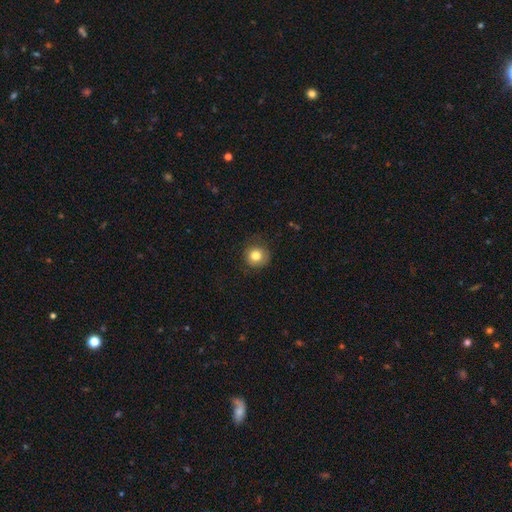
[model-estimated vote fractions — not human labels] Smooth or featured? Predicted: smooth (p=0.82). How rounded? Predicted: round (p=0.92). Merging? Predicted: none (p=0.84).